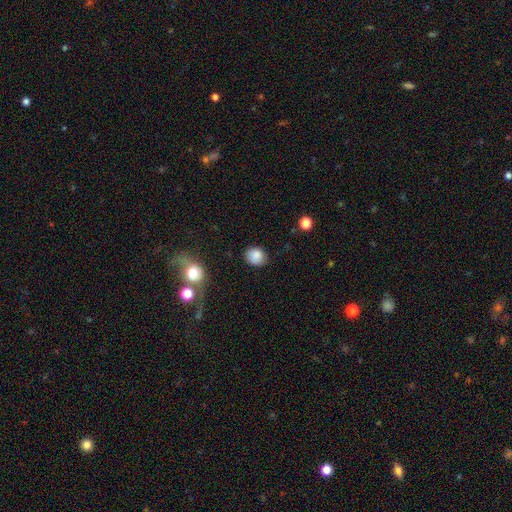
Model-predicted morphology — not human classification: smooth 85%, star or artifact 10%, featured or disk 5%. Down the decision tree: how rounded — round (71%); merging — none (79%).